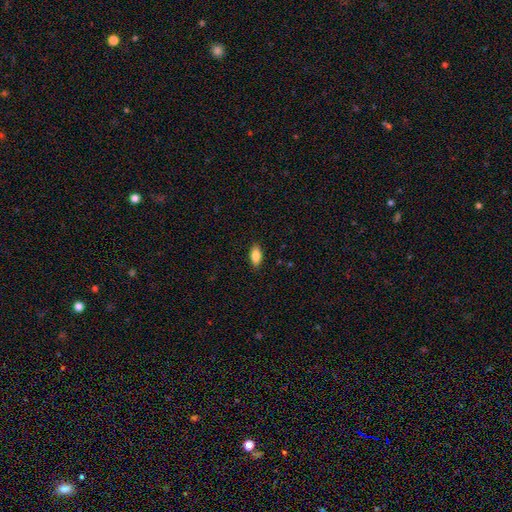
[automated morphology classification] This is clearly a smooth galaxy (85%). How rounded: clearly in between (88%). Merging: clearly none (88%).